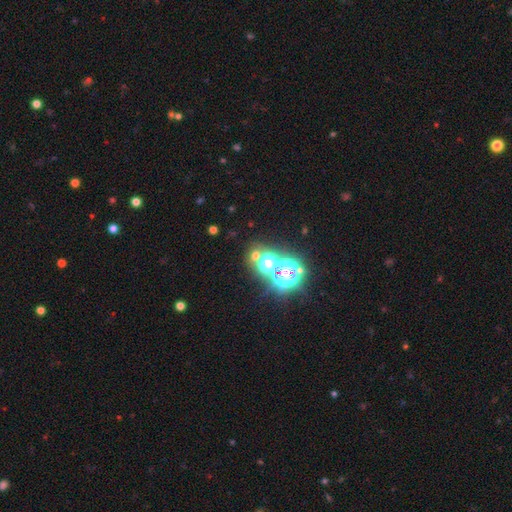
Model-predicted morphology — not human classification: Smooth or featured: star or artifact — 57% (smooth — 33%)